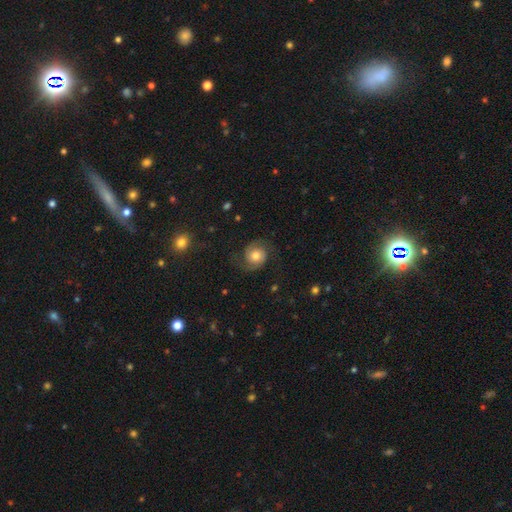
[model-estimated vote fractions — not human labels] Smooth or featured? Predicted: featured or disk (p=0.66). Edge-on disk? Predicted: no (p=0.98). Bar? Predicted: no (p=0.75). Spiral arms? Predicted: yes (p=0.93). Spiral winding? Predicted: medium (p=0.47). Spiral arm count? Predicted: 2 (p=0.90). Bulge size? Predicted: moderate (p=0.64). Merging? Predicted: none (p=0.75).